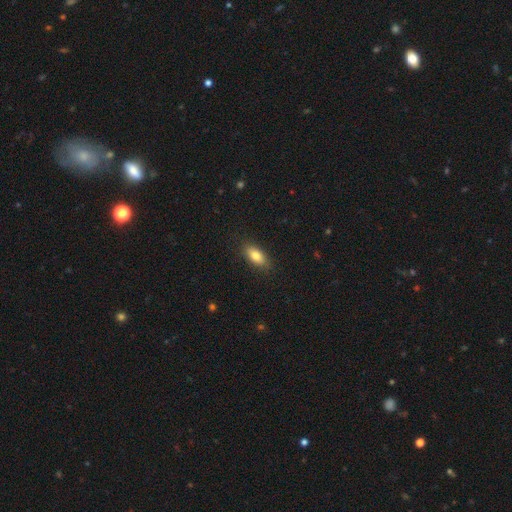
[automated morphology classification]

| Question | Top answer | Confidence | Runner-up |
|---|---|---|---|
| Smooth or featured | smooth | 83% | featured or disk (10%) |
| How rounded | in between | 85% | cigar-shaped (12%) |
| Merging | none | 87% | minor disturbance (10%) |